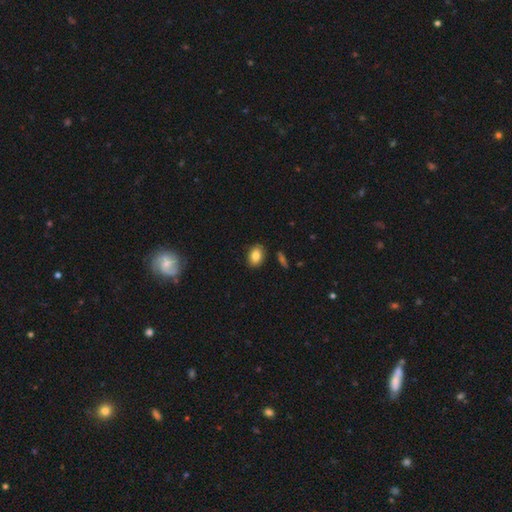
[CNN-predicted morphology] Overall: smooth (85%). How rounded: in between (79%). Merging: none (87%).